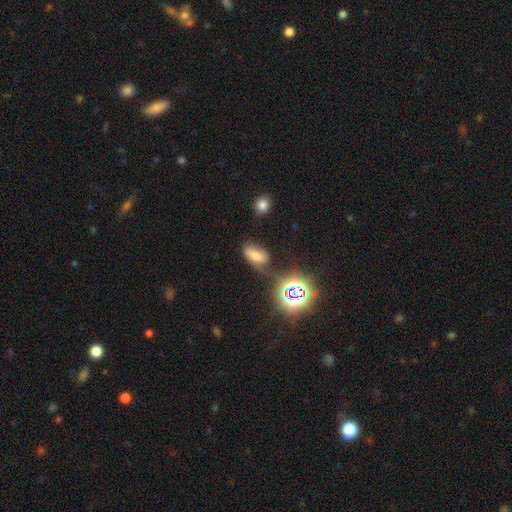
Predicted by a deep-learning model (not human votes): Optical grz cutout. It shows a smooth galaxy with no disk features (57%) that is in between round and cigar-shaped (89%). Merging: none (51%).